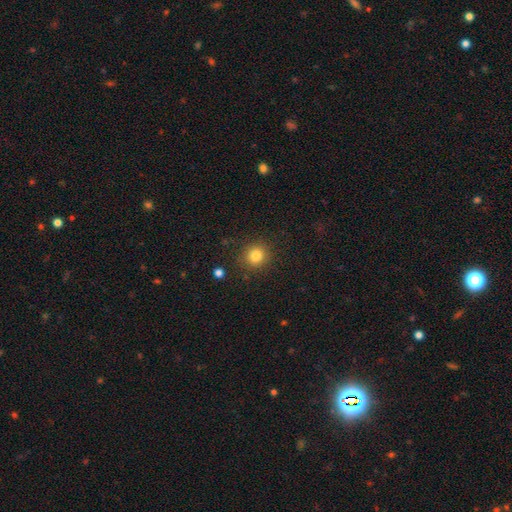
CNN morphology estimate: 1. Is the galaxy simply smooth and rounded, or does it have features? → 82% smooth, 12% star or artifact, 6% featured or disk.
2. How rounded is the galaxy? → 88% round, 11% in between, 1% cigar-shaped.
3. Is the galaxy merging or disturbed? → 88% none, 7% minor disturbance, 3% major disturbance, 2% merger.